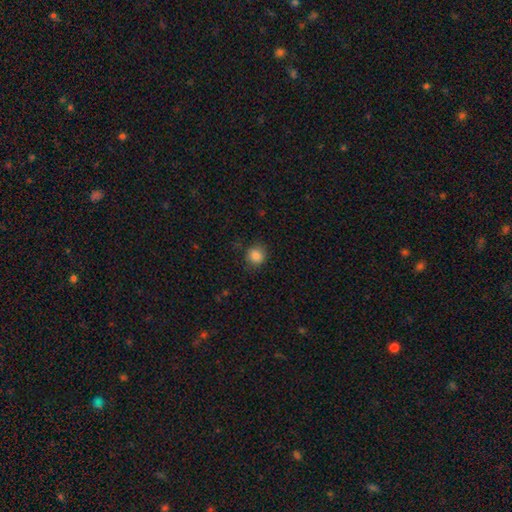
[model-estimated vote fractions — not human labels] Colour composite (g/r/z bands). It shows a smooth galaxy with no disk features (85%) that is round (87%). Merging: none (86%).